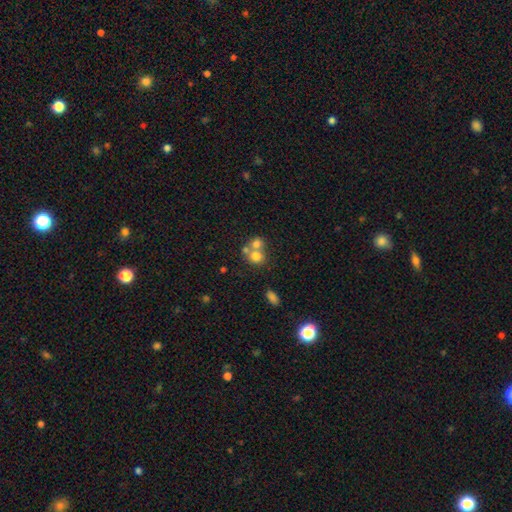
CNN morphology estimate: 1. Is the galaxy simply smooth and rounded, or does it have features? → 71% smooth, 17% featured or disk, 12% star or artifact.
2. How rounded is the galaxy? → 73% round, 26% in between, 1% cigar-shaped.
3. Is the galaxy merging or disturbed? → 56% merger, 33% none, 7% minor disturbance, 4% major disturbance.